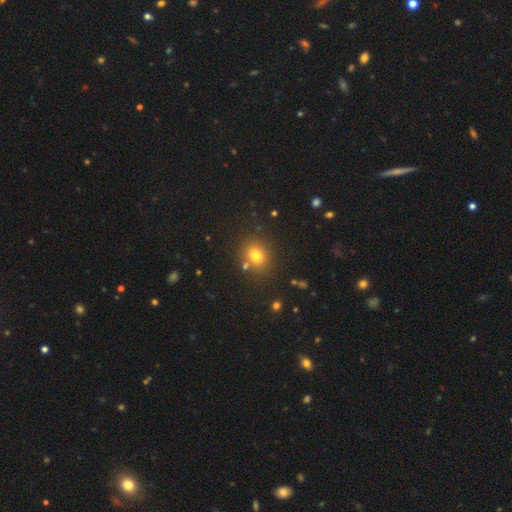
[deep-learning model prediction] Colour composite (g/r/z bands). It shows a smooth galaxy with no disk features (76%) that is round (59%). Merging: none (79%).